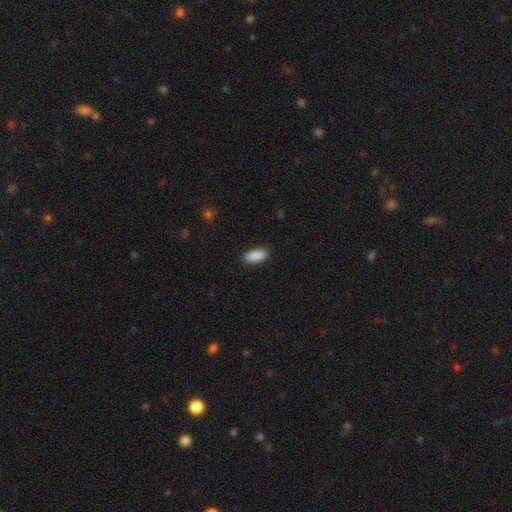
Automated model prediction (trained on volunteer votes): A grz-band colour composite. It shows a smooth galaxy with no disk features (90%) that is in between round and cigar-shaped (85%). Merging: none (89%).